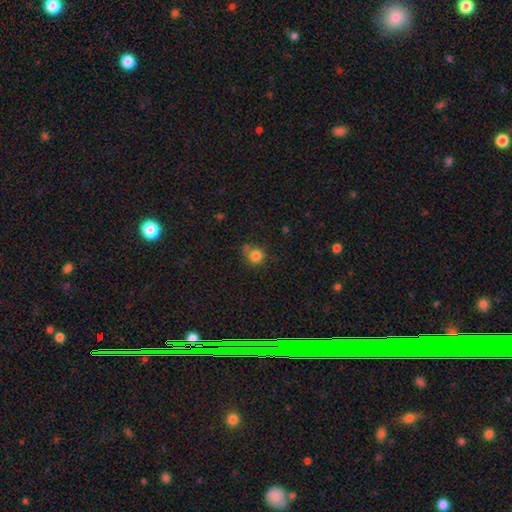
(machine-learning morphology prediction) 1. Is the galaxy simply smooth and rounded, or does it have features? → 82% smooth, 12% star or artifact, 6% featured or disk.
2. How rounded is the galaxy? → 89% round, 10% in between, 1% cigar-shaped.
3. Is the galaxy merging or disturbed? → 63% none, 18% minor disturbance, 14% merger, 5% major disturbance.